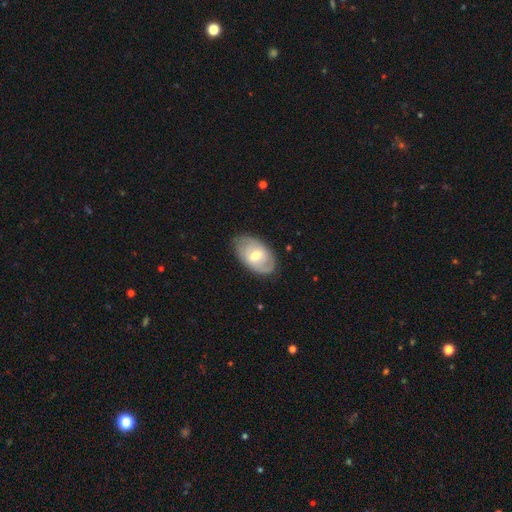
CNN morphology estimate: smooth_or_featured: featured or disk (p=0.56) [alt: smooth p=0.38]
disk_edge_on: no (p=0.93) [alt: yes p=0.07]
bar: weak (p=0.49) [alt: no p=0.38]
has_spiral_arms: yes (p=0.65) [alt: no p=0.35]
bulge_size: moderate (p=0.67) [alt: small p=0.26]
merging: none (p=0.77) [alt: minor disturbance p=0.18]